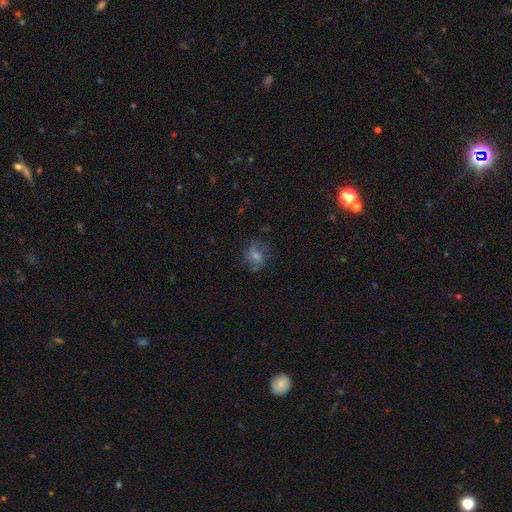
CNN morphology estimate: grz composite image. It shows a smooth galaxy with no disk features (44%). Merging: none (71%).